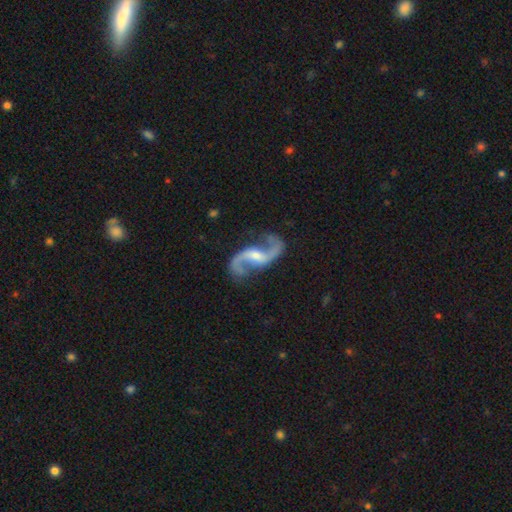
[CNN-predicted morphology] type=featured or disk (93%); edge-on=no (97%); bar=weak (41%); spiral arms=yes (98%); winding=loose (59%); arm count=2 (95%); bulge=moderate (44%); merging=none (81%).